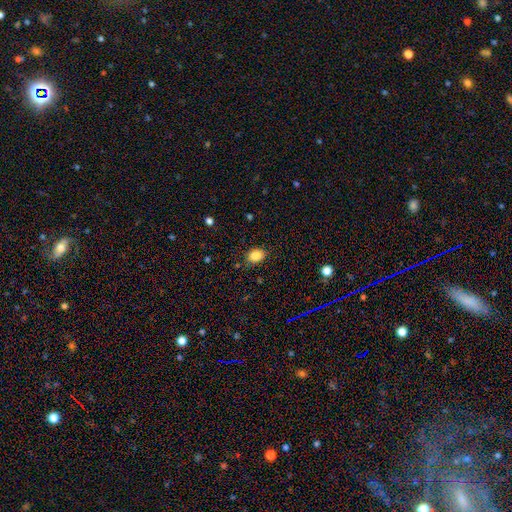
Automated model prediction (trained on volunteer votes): Q: Smooth or featured?
A: smooth (85%); runner-up: star or artifact (9%)
Q: How rounded?
A: in between (69%); runner-up: round (30%)
Q: Merging?
A: none (81%); runner-up: minor disturbance (14%)